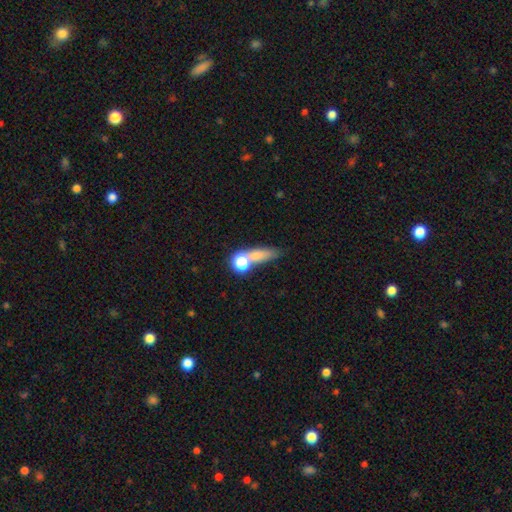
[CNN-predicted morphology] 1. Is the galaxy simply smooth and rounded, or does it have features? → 67% smooth, 18% star or artifact, 15% featured or disk.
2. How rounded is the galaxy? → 38% cigar-shaped, 35% in between, 27% round.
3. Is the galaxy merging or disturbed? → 52% none, 27% merger, 13% minor disturbance, 8% major disturbance.